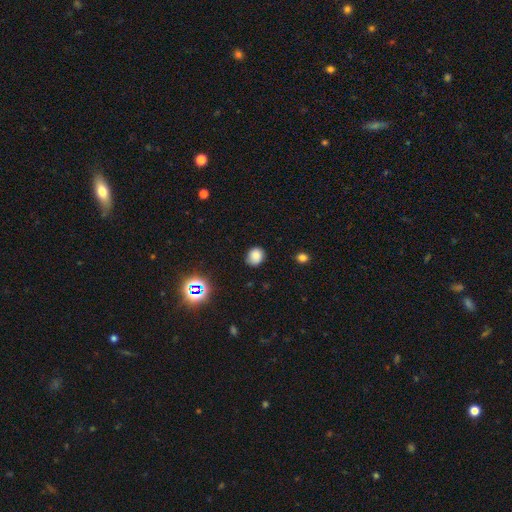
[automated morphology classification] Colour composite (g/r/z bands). It shows a smooth galaxy with no disk features (81%) that is round (63%). Merging: none (82%).